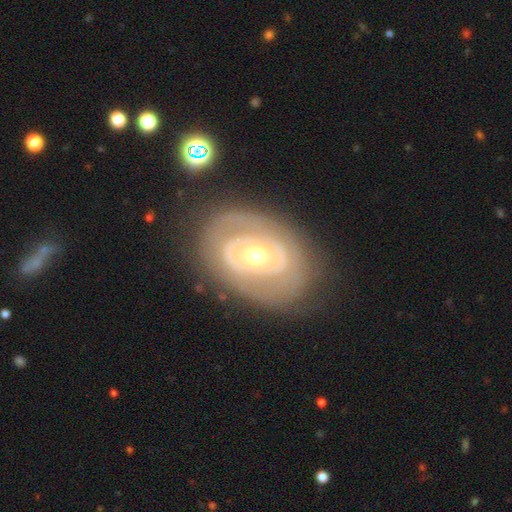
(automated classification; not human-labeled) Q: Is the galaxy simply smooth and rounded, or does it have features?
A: featured or disk — 82%.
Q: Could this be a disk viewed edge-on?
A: no — 96%.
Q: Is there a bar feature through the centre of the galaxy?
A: no — 68%.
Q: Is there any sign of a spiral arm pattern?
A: yes — 70%.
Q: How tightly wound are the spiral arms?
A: tight — 70%.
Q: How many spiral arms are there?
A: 2 — 45%.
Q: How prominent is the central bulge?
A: moderate — 59%.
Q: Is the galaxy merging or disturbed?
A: none — 77%.